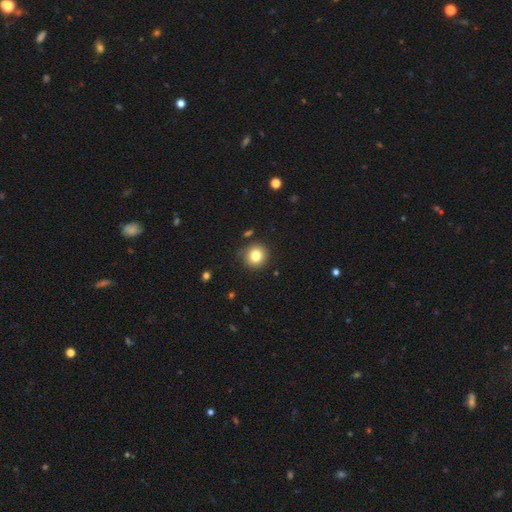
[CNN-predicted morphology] smooth 81%, star or artifact 11%, featured or disk 8%. Down the decision tree: how rounded — round (93%); merging — none (87%).